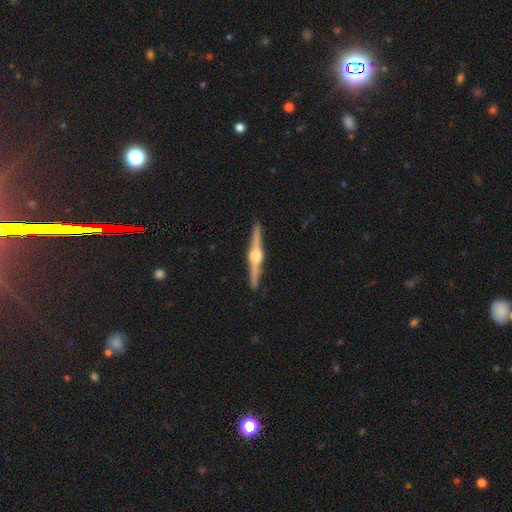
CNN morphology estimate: This is clearly a featured or disk galaxy (85%). It is clearly viewed edge-on (98%). Edge-on bulge: clearly rounded (92%). Merging: clearly none (92%).